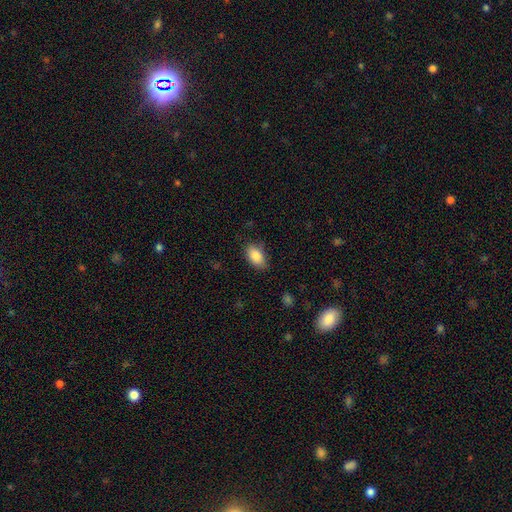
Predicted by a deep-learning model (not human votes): Morphology: type=smooth (86%); roundness=in between (90%); merging=none (78%).